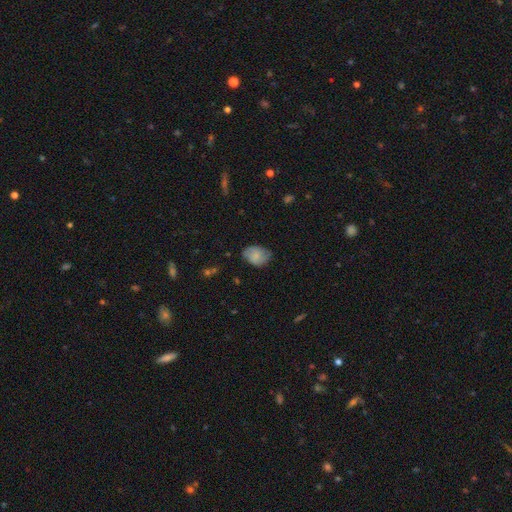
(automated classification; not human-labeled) The model was most divided on "merging": none: 65%, minor disturbance: 28%, major disturbance: 6%, merger: 1%. More confident: how rounded — in between (74%); smooth or featured — smooth (69%).